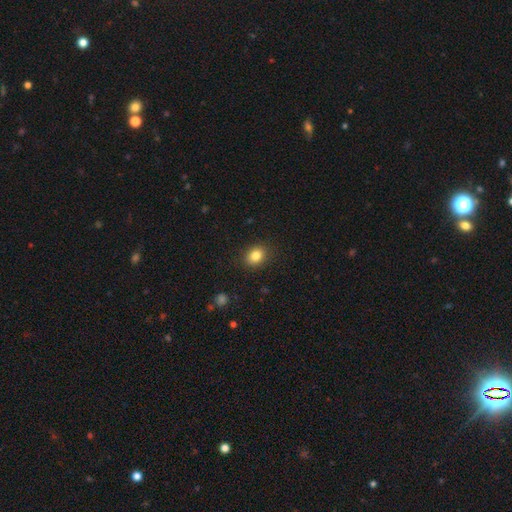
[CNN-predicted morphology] Overall: smooth (84%). How rounded: in between (51%; round 48%). Merging: none (88%).